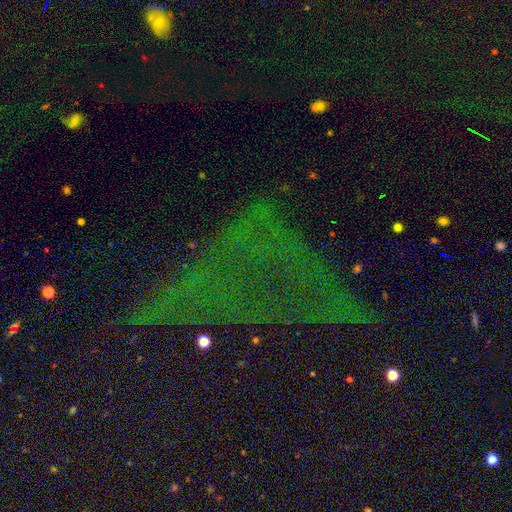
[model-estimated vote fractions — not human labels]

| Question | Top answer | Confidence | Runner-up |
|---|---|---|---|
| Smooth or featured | star or artifact | 75% | featured or disk (13%) |